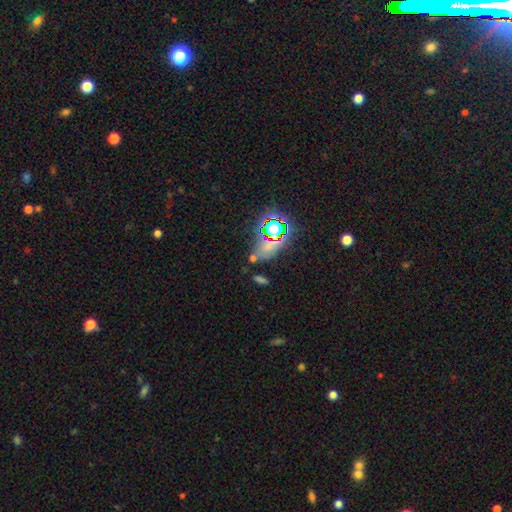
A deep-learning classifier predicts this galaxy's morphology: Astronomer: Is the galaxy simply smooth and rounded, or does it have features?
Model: star or artifact — 66%.